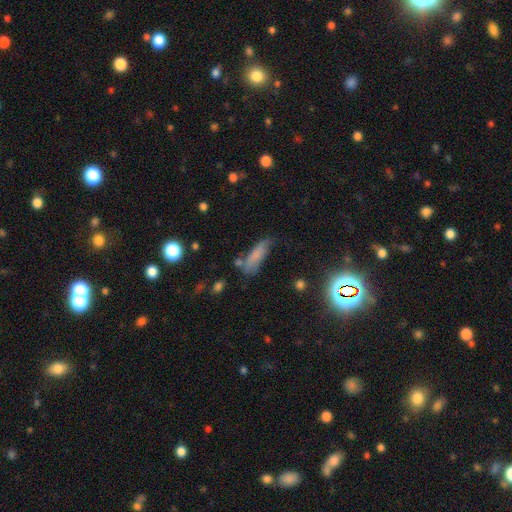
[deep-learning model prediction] The model was most divided on "how rounded": cigar-shaped: 50%, in between: 47%, round: 3%. Remaining: smooth or featured — smooth (70%); merging — none (49%).